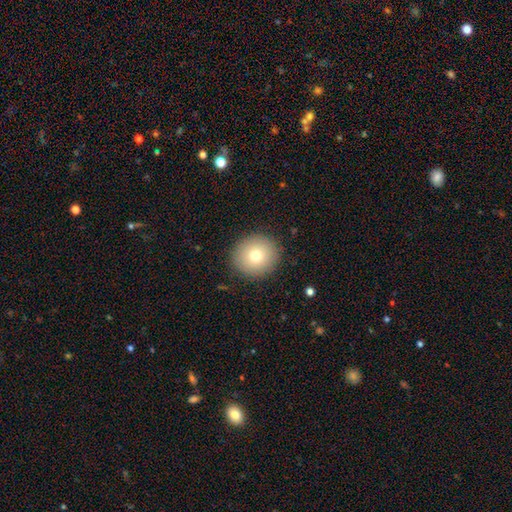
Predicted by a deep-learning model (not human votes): Smooth or featured? Predicted: smooth (p=0.75). How rounded? Predicted: round (p=0.91). Merging? Predicted: none (p=0.90).